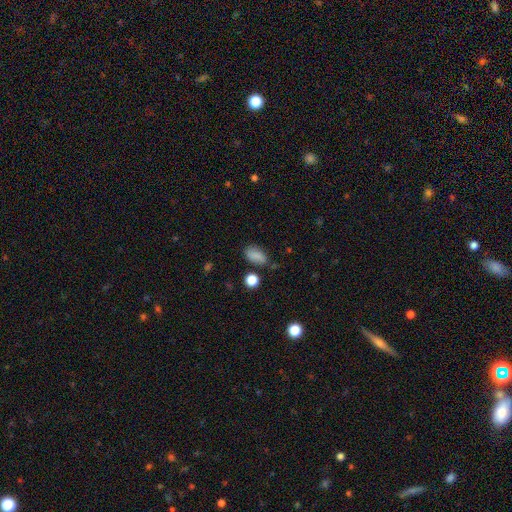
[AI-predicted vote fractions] Q: Smooth or featured?
A: smooth (84%); runner-up: star or artifact (10%)
Q: How rounded?
A: in between (88%); runner-up: round (8%)
Q: Merging?
A: none (70%); runner-up: minor disturbance (20%)